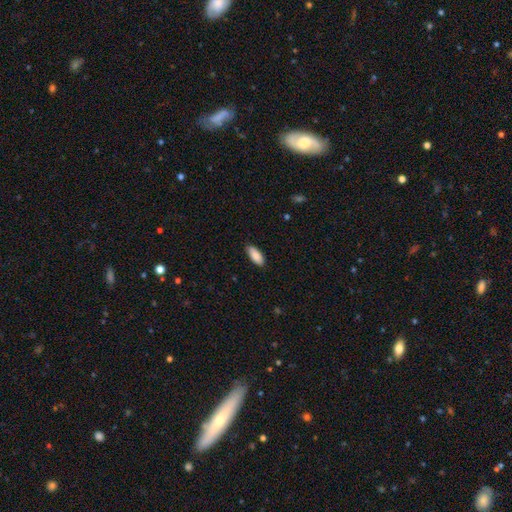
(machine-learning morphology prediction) smooth_or_featured: smooth (p=0.88) [alt: featured or disk p=0.07]
how_rounded: in between (p=0.81) [alt: cigar-shaped p=0.18]
merging: none (p=0.87) [alt: minor disturbance p=0.11]